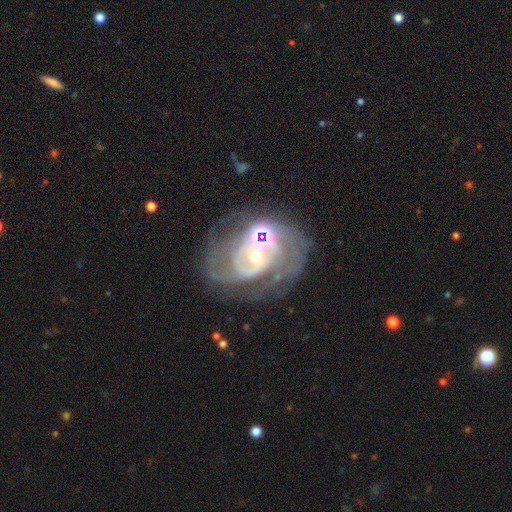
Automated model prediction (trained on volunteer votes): Morphology: type=featured or disk (82%); edge-on=no (97%); bar=no (62%); spiral arms=yes (84%); winding=tight (44%); arm count=2 (47%); bulge=small (58%); merging=none (48%).